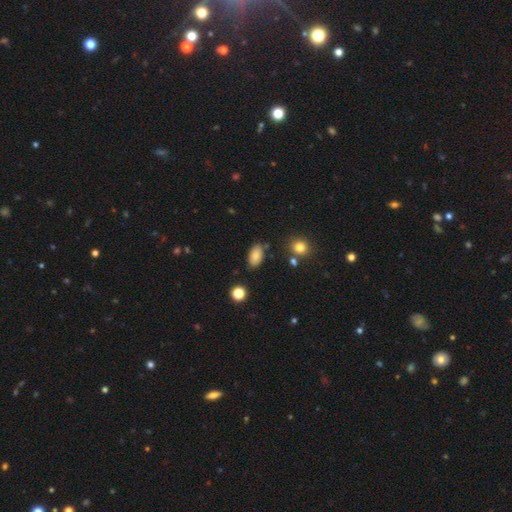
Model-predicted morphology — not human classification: A smooth galaxy with no disk features (82%) that is in between round and cigar-shaped (92%).

Vote fractions:
- Smooth or featured? smooth: 82% / star or artifact: 9% / featured or disk: 8%
- How rounded? in between: 92% / round: 6% / cigar-shaped: 2%
- Merging? none: 79% / minor disturbance: 14% / merger: 3% / major disturbance: 3%